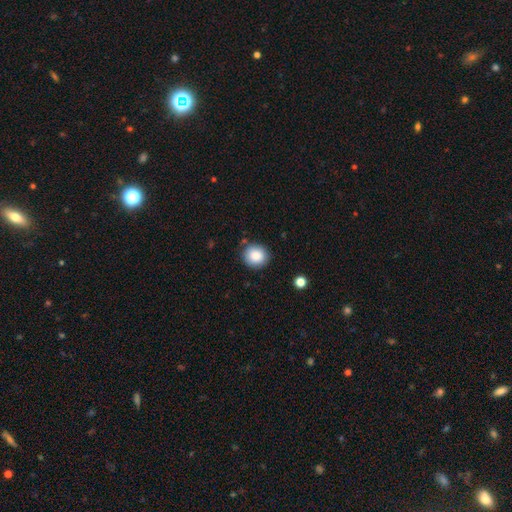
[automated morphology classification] smooth-or-featured: smooth: 87% | star or artifact: 8% | featured or disk: 5%
  how-rounded: round: 85% | in between: 14% | cigar-shaped: 1%
  merging: none: 84% | minor disturbance: 11% | major disturbance: 3% | merger: 2%